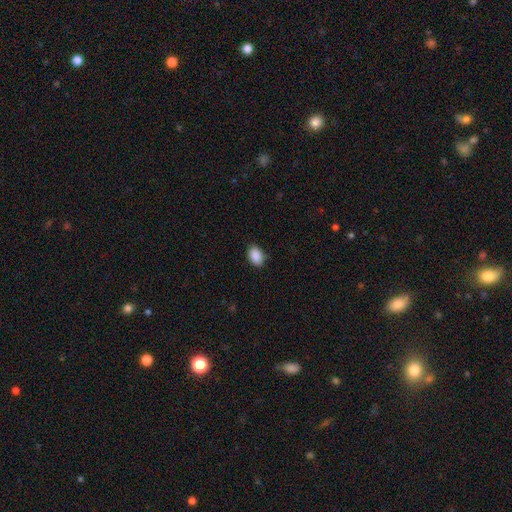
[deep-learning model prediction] Q: Smooth or featured?
A: smooth (90%); runner-up: star or artifact (7%)
Q: How rounded?
A: in between (86%); runner-up: round (13%)
Q: Merging?
A: none (84%); runner-up: minor disturbance (12%)